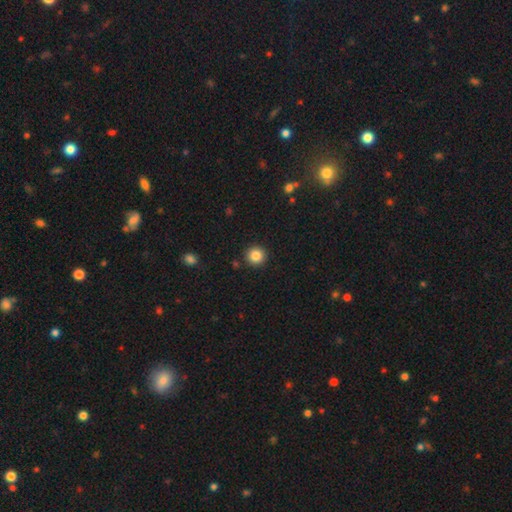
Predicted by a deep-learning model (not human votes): Morphology: type=smooth (85%); roundness=round (95%); merging=none (91%).